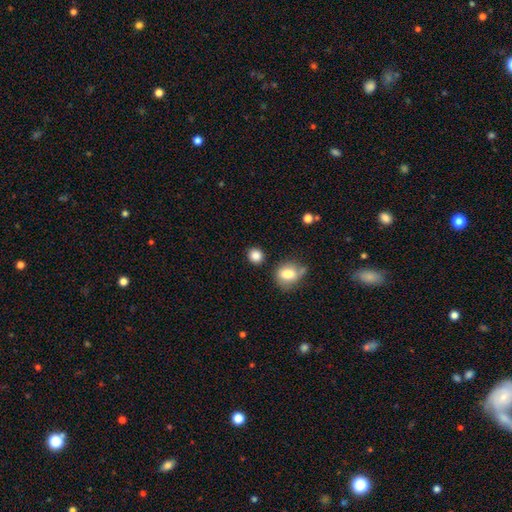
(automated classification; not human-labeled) Smooth or featured? Predicted: smooth (p=0.86). How rounded? Predicted: round (p=0.82). Merging? Predicted: none (p=0.83).